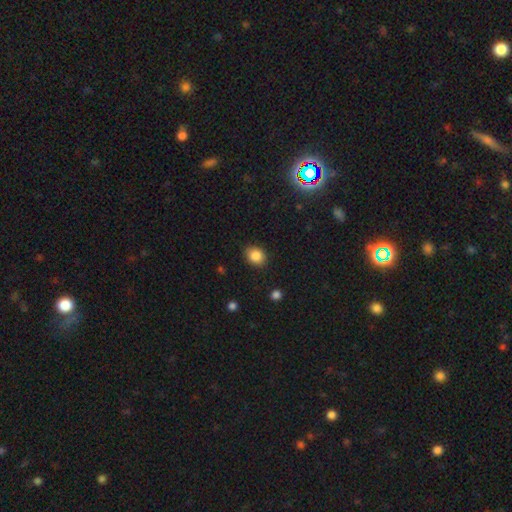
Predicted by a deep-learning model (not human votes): Overall: smooth (86%). How rounded: round (54%; in between 45%). Merging: none (87%).